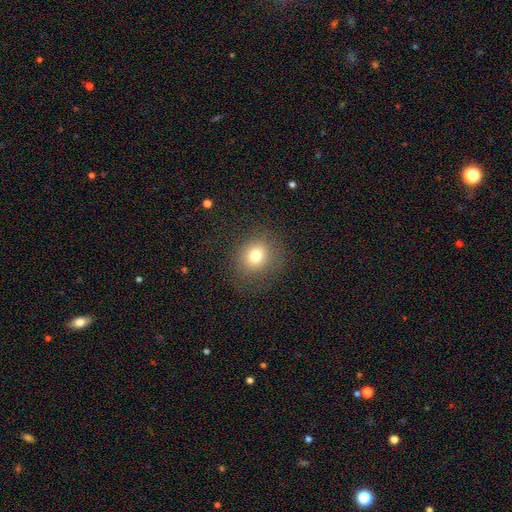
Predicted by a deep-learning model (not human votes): Overall: smooth (76%). How rounded: round (76%). Merging: none (82%).